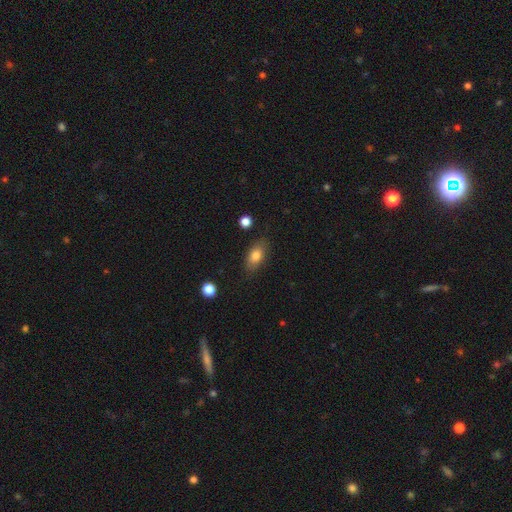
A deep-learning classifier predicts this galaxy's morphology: Overall: smooth (80%). How rounded: in between (86%). Merging: none (81%).